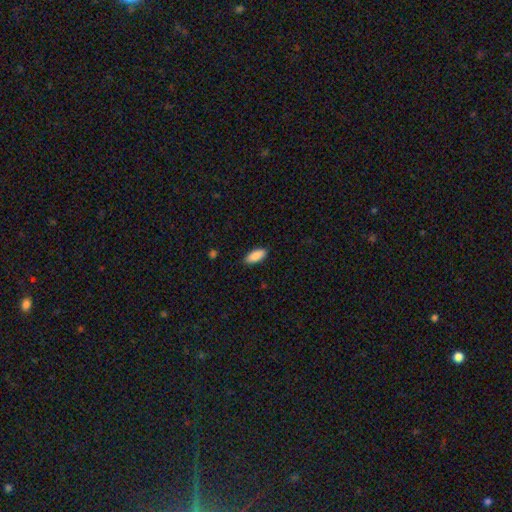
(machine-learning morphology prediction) This appears to be a smooth galaxy with no disk features (89%) that is in between round and cigar-shaped (85%). Merging: none (87%).